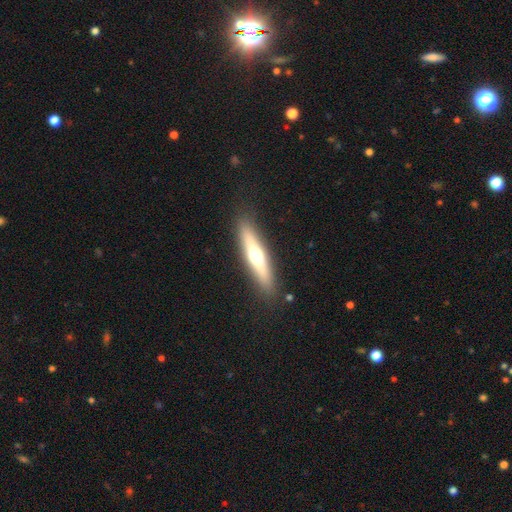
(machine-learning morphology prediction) A featured or disk galaxy (50%). Merging: none (88%).